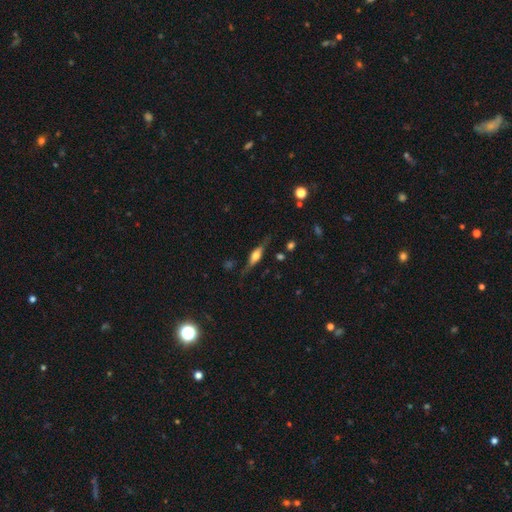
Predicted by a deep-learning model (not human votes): Morphology: type=featured or disk (64%); edge-on=yes (90%); edge-on bulge=rounded (87%); merging=none (74%).